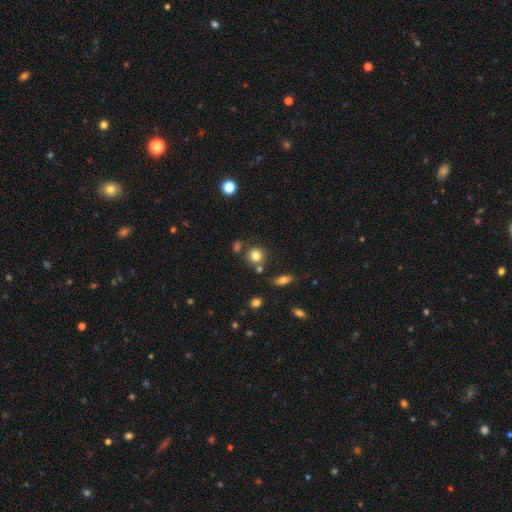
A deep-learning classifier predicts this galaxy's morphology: This is clearly a smooth galaxy (81%). How rounded: clearly round (85%). Merging: likely none (72%).